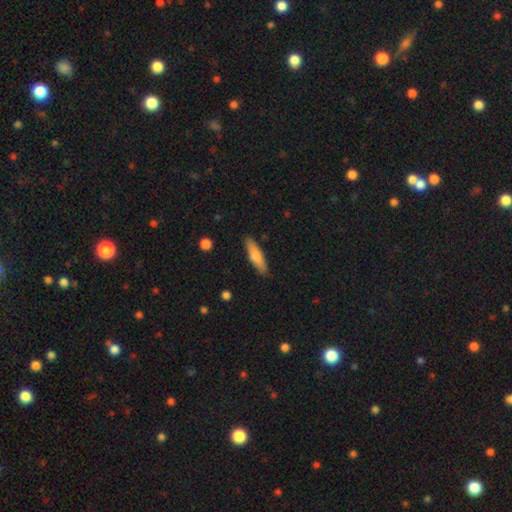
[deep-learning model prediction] This appears to be a smooth galaxy with no disk features (69%) that is cigar-shaped (71%). Merging: none (88%).